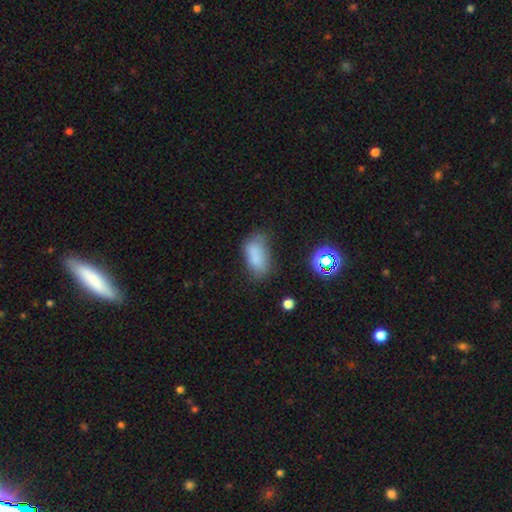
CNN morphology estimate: This is likely a smooth galaxy (77%). How rounded: clearly in between (88%). Merging: possibly none (53%).